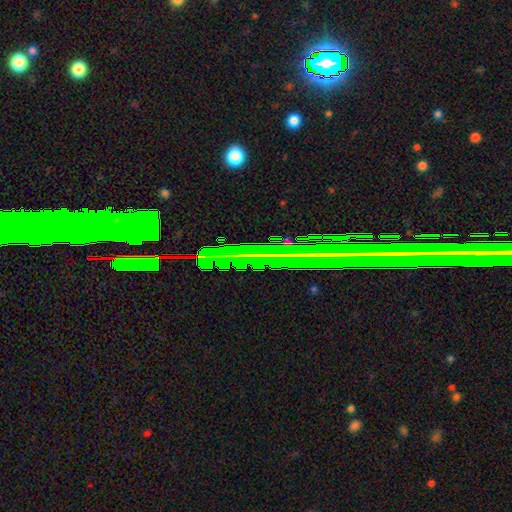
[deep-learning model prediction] This appears to be a star or artifact, not a galaxy (68%).